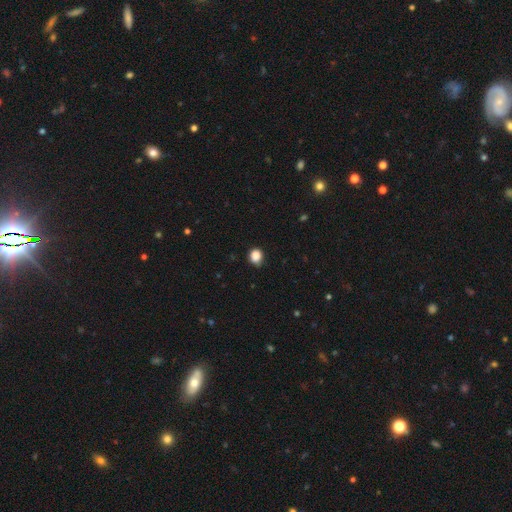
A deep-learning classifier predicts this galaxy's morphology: This is clearly a smooth galaxy (86%). How rounded: likely round (76%). Merging: likely none (79%).